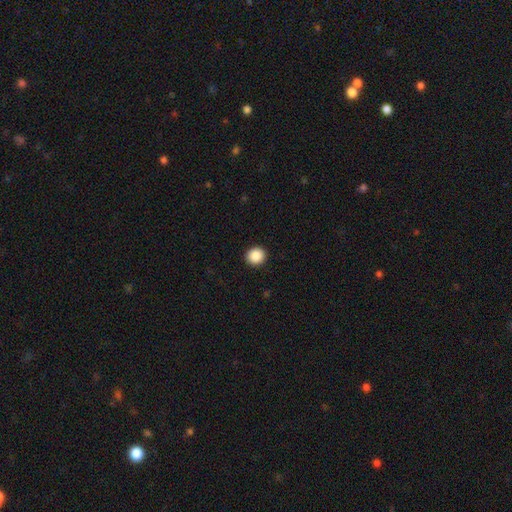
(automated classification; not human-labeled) smooth_or_featured: smooth (p=0.88) [alt: star or artifact p=0.09]
how_rounded: round (p=0.90) [alt: in between p=0.09]
merging: none (p=0.93) [alt: minor disturbance p=0.05]